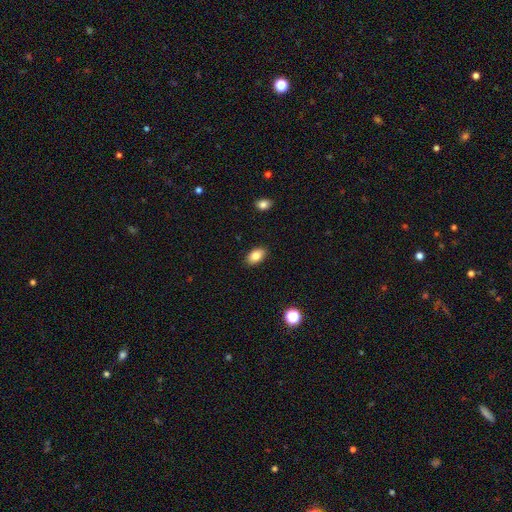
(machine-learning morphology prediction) smooth_or_featured: smooth (p=0.83) [alt: star or artifact p=0.08]
how_rounded: in between (p=0.89) [alt: round p=0.09]
merging: none (p=0.89) [alt: minor disturbance p=0.08]